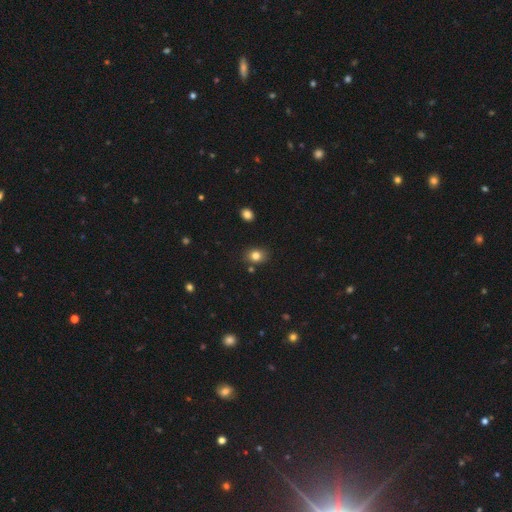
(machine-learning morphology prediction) A smooth galaxy with no disk features (81%) that is in between round and cigar-shaped (50%).

Vote fractions:
- Smooth or featured? smooth: 81% / star or artifact: 12% / featured or disk: 7%
- How rounded? in between: 50% / round: 49% / cigar-shaped: 1%
- Merging? none: 82% / minor disturbance: 11% / merger: 4% / major disturbance: 3%